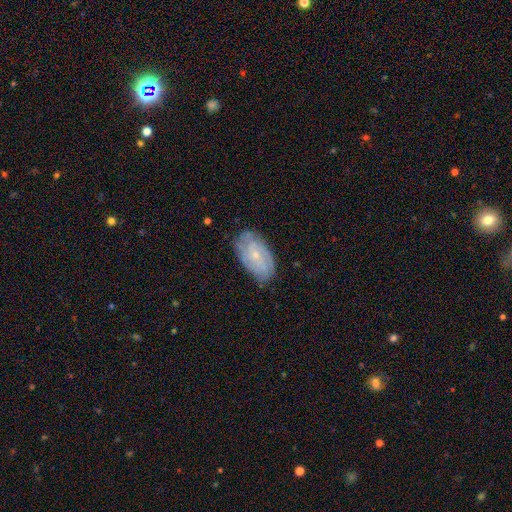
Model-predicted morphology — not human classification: Smooth or featured? Predicted: featured or disk (p=0.67). Edge-on disk? Predicted: no (p=0.95). Bar? Predicted: no (p=0.73). Spiral arms? Predicted: yes (p=0.86). Spiral winding? Predicted: tight (p=0.62). Spiral arm count? Predicted: can't tell (p=0.47). Bulge size? Predicted: small (p=0.76). Merging? Predicted: none (p=0.74).